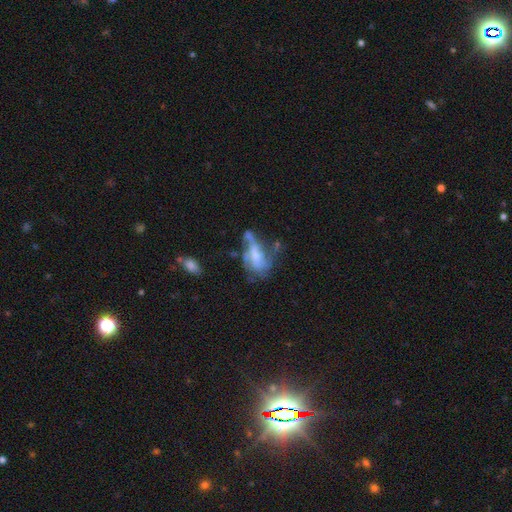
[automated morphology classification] smooth_or_featured: featured or disk (p=0.59) [alt: smooth p=0.31]
disk_edge_on: no (p=0.94) [alt: yes p=0.06]
bar: no (p=0.62) [alt: weak p=0.29]
has_spiral_arms: yes (p=0.51) [alt: no p=0.49]
bulge_size: moderate (p=0.33) [tied with: small p=0.33]
merging: major disturbance (p=0.37) [alt: none p=0.26]